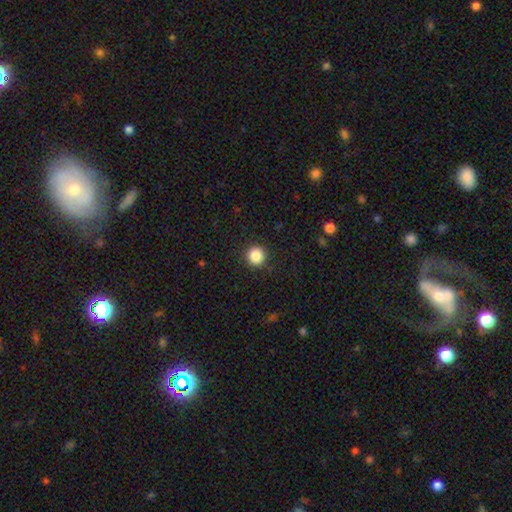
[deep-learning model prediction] Smooth or featured: smooth — 87% (star or artifact — 10%)
How rounded: round — 95% (in between — 4%)
Merging: none — 91% (minor disturbance — 6%)